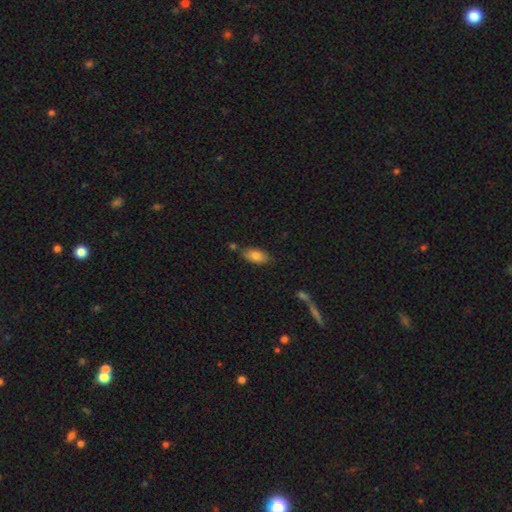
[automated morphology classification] This appears to be a smooth galaxy with no disk features (81%) that is in between round and cigar-shaped (92%). Merging: none (76%).